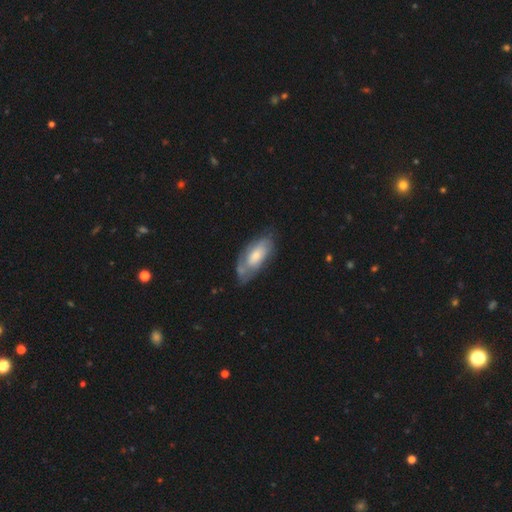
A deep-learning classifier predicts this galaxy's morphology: smooth 48%, featured or disk 46%, star or artifact 6%. Down the decision tree: merging — none (52%).